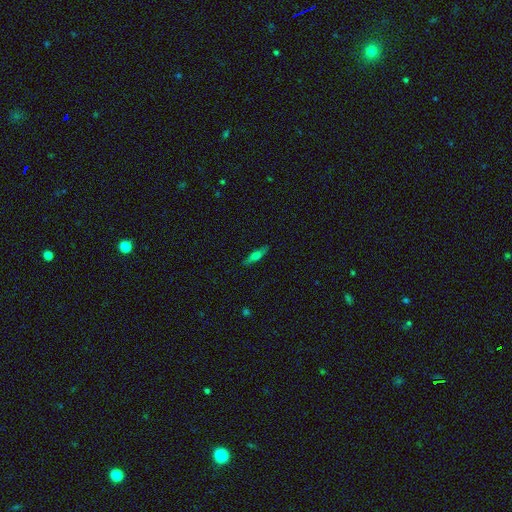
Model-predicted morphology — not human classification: A featured or disk galaxy (49%). Merging: none (88%).